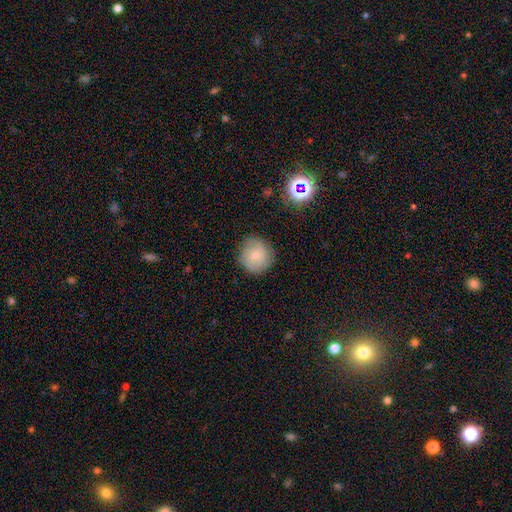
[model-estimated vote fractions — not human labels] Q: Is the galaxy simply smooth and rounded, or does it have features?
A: smooth — 68%.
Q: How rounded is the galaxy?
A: round — 92%.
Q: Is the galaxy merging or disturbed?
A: none — 82%.